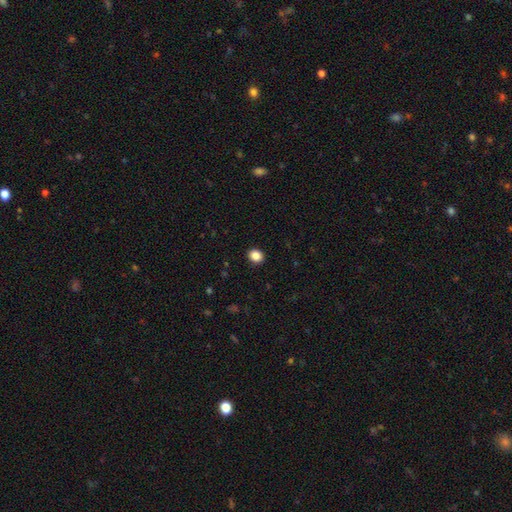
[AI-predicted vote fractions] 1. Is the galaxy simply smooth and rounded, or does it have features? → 87% smooth, 9% star or artifact, 4% featured or disk.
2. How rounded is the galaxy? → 58% round, 41% in between, 1% cigar-shaped.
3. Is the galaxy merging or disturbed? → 91% none, 6% minor disturbance, 2% major disturbance, 1% merger.